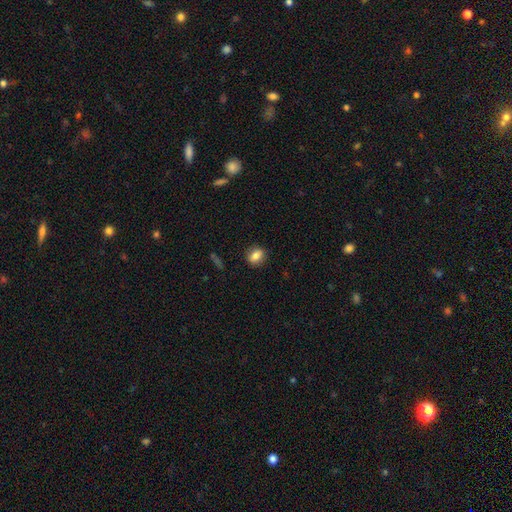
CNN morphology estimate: Overall: smooth (81%). How rounded: in between (49%; round 48%). Merging: none (87%).